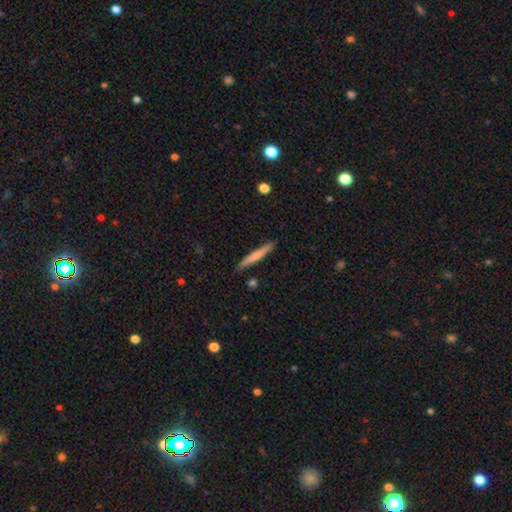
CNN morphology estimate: This is likely a smooth galaxy (64%). How rounded: clearly cigar-shaped (95%). Merging: clearly none (88%).